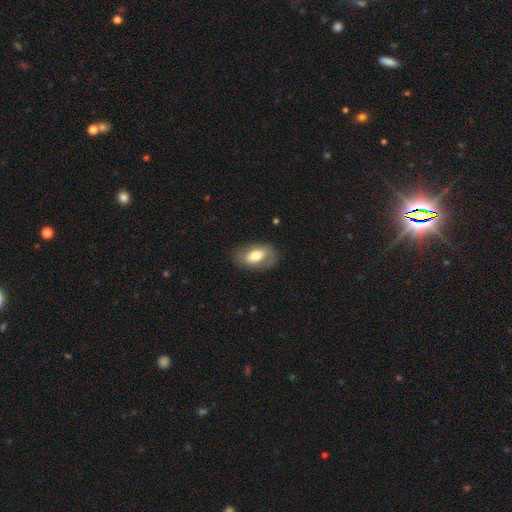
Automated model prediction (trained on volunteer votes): Smooth or featured? Predicted: smooth (p=0.60). How rounded? Predicted: in between (p=0.90). Merging? Predicted: none (p=0.76).